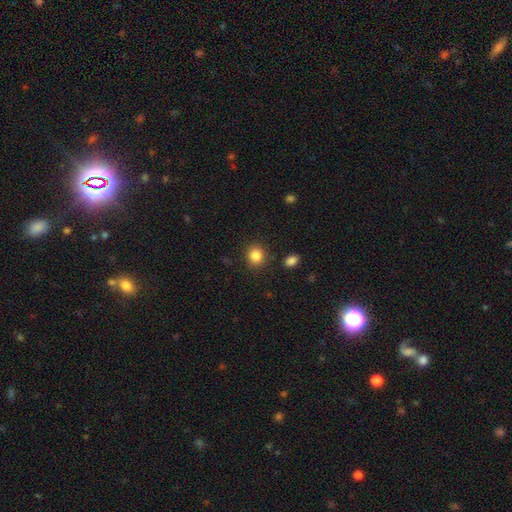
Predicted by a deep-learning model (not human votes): The model was most divided on "how rounded": round: 76%, in between: 23%, cigar-shaped: 1%. More confident: merging — none (88%); smooth or featured — smooth (85%).